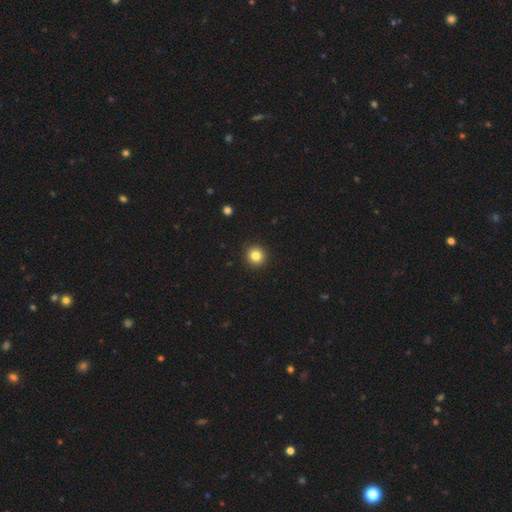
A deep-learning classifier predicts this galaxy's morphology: type=smooth (83%); roundness=round (94%); merging=none (93%).